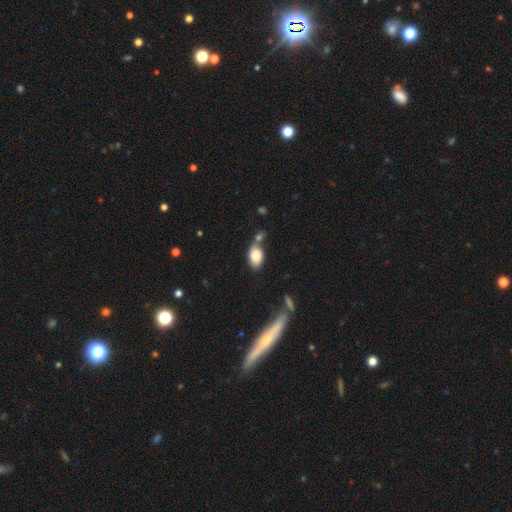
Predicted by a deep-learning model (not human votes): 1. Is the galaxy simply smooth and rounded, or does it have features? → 83% smooth, 10% featured or disk, 7% star or artifact.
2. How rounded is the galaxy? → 90% in between, 8% round, 2% cigar-shaped.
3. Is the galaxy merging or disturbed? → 54% none, 24% merger, 17% minor disturbance, 6% major disturbance.